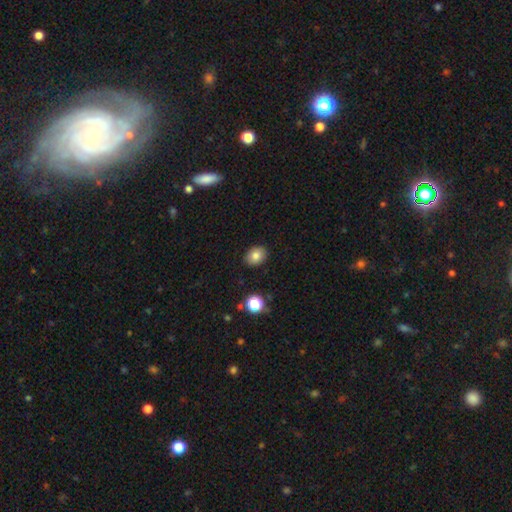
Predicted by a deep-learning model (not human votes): The model was most divided on "how rounded": in between: 56%, round: 43%, cigar-shaped: 1%. More confident: merging — none (88%); smooth or featured — smooth (82%).